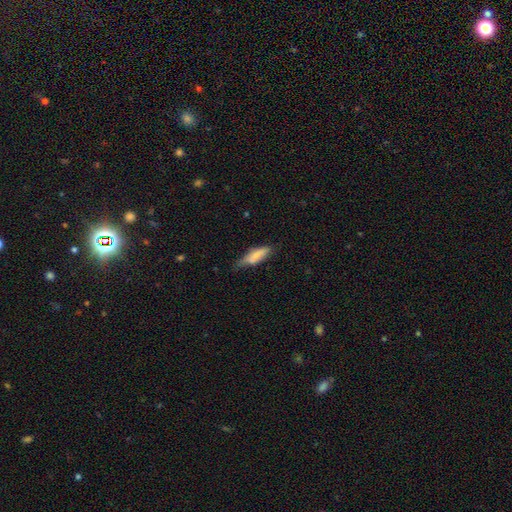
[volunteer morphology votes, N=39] Smooth or featured? smooth (74%)
How rounded? cigar-shaped (55%)
Merging? none (61%)